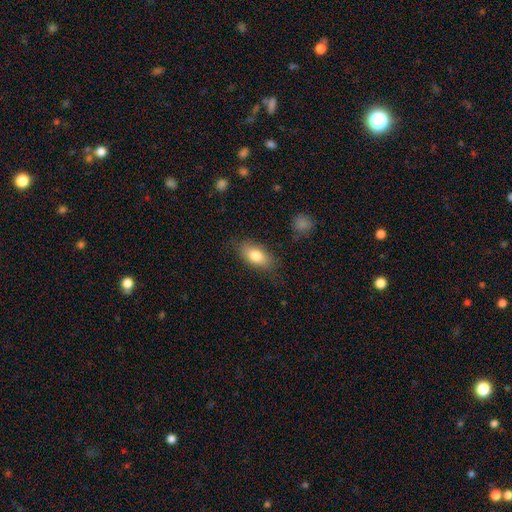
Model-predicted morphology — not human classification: Smooth or featured?
  - smooth: 79% *
  - featured or disk: 14%
  - star or artifact: 7%
How rounded?
  - in between: 89% *
  - cigar-shaped: 7%
  - round: 4%
Merging?
  - none: 81% *
  - minor disturbance: 14%
  - major disturbance: 4%
  - merger: 2%